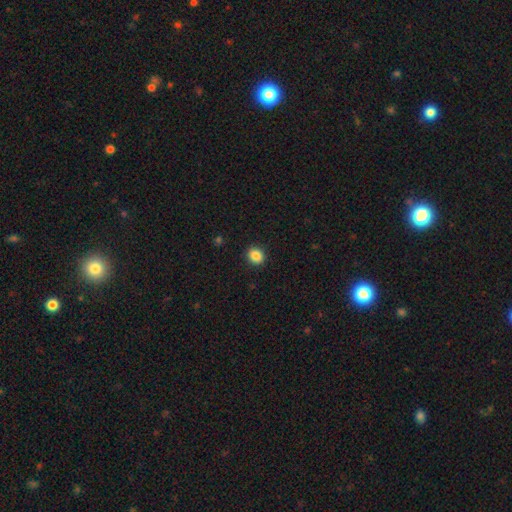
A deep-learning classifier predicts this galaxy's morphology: The model was most divided on "how rounded": round: 68%, in between: 31%, cigar-shaped: 1%. More confident: merging — none (92%); smooth or featured — smooth (86%).